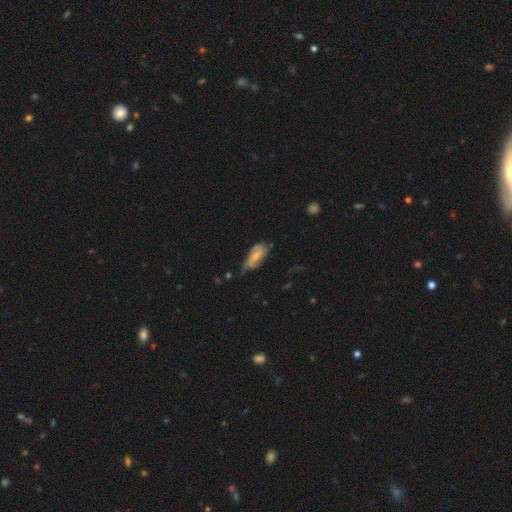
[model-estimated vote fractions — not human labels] smooth_or_featured: smooth (p=0.47) [alt: featured or disk p=0.45]
merging: none (p=0.41) [alt: minor disturbance p=0.39]